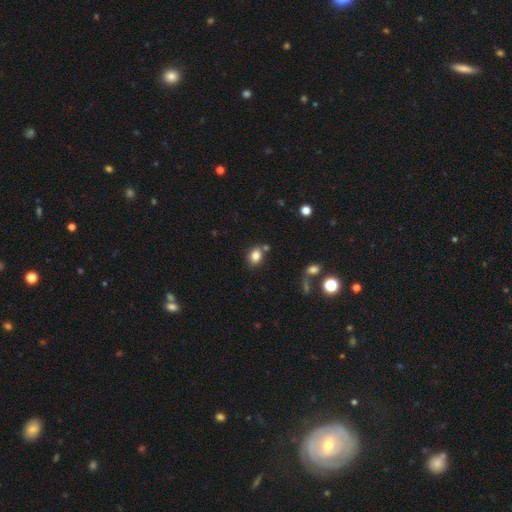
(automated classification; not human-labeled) Morphology: type=smooth (83%); roundness=in between (55%); merging=none (73%).